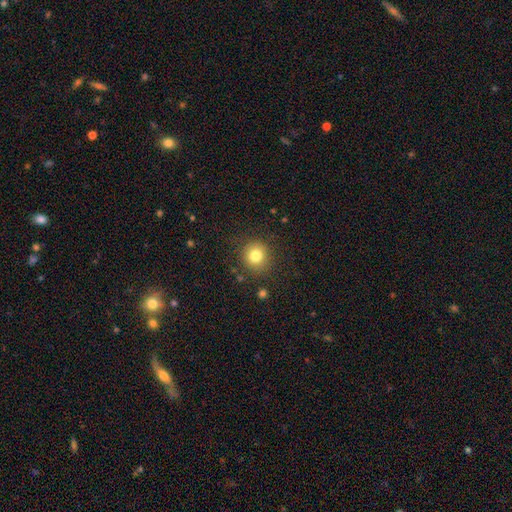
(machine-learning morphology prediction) Smooth or featured?
  - smooth: 80% *
  - star or artifact: 12%
  - featured or disk: 8%
How rounded?
  - round: 89% *
  - in between: 10%
  - cigar-shaped: 1%
Merging?
  - none: 87% *
  - minor disturbance: 8%
  - major disturbance: 3%
  - merger: 2%